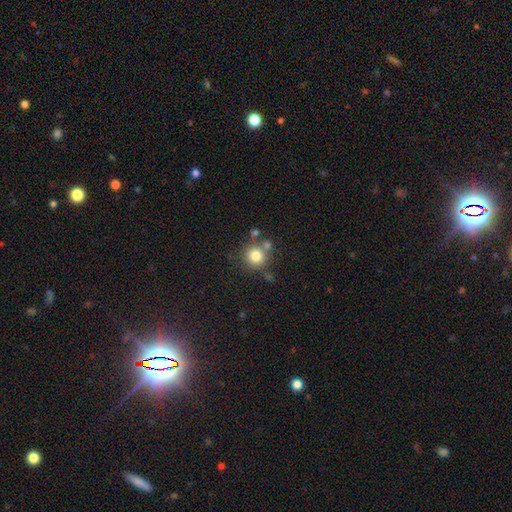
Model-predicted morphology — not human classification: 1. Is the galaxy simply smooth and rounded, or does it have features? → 79% smooth, 12% star or artifact, 9% featured or disk.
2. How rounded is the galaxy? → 92% round, 7% in between, 1% cigar-shaped.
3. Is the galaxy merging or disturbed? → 69% none, 16% merger, 11% minor disturbance, 4% major disturbance.